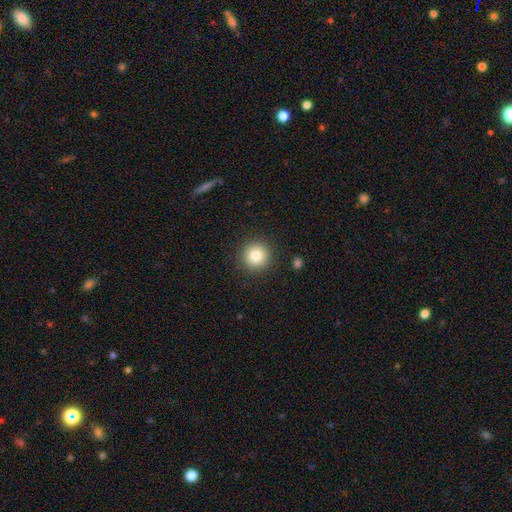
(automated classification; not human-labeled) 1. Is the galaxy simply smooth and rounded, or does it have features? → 82% smooth, 11% star or artifact, 7% featured or disk.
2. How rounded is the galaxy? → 95% round, 4% in between, 1% cigar-shaped.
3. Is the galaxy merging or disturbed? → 90% none, 6% minor disturbance, 2% major disturbance, 1% merger.